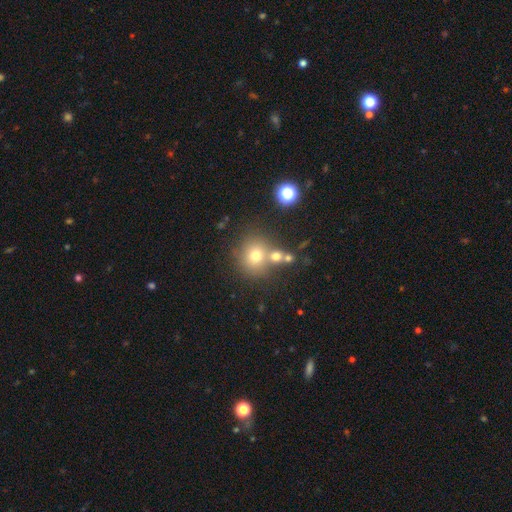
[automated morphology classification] Smooth or featured?
  - smooth: 68% *
  - star or artifact: 17%
  - featured or disk: 14%
How rounded?
  - round: 85% *
  - in between: 14%
  - cigar-shaped: 1%
Merging?
  - none: 57% *
  - merger: 29%
  - minor disturbance: 10%
  - major disturbance: 4%